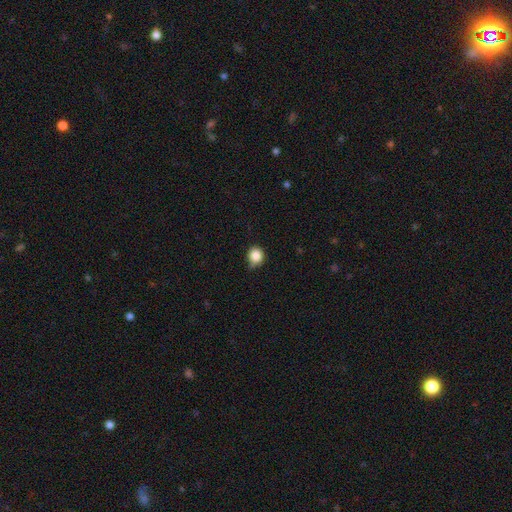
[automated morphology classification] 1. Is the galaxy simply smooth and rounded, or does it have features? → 85% smooth, 10% star or artifact, 5% featured or disk.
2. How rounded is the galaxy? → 87% round, 12% in between, 1% cigar-shaped.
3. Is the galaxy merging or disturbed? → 59% none, 33% minor disturbance, 5% major disturbance, 3% merger.